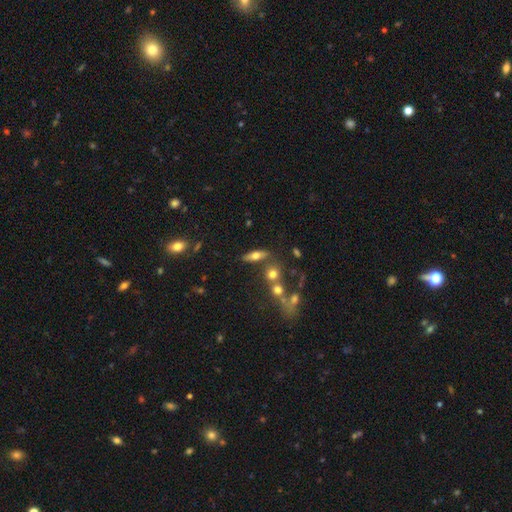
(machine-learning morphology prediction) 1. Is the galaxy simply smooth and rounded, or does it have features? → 52% smooth, 38% featured or disk, 10% star or artifact.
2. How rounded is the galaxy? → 53% in between, 40% cigar-shaped, 7% round.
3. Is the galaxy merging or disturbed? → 71% none, 12% merger, 12% minor disturbance, 4% major disturbance.